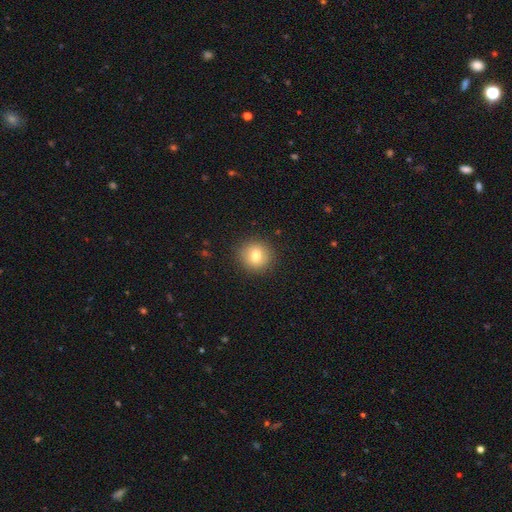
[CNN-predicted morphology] Smooth or featured? Predicted: smooth (p=0.77). How rounded? Predicted: round (p=0.90). Merging? Predicted: none (p=0.90).